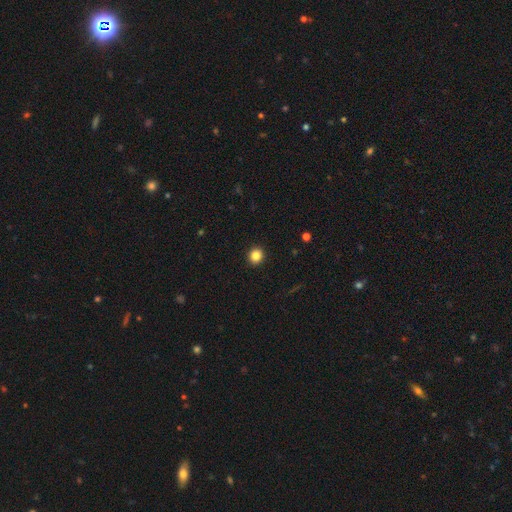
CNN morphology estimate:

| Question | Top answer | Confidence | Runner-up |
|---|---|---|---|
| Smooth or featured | smooth | 85% | star or artifact (11%) |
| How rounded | round | 88% | in between (11%) |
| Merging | none | 93% | minor disturbance (5%) |